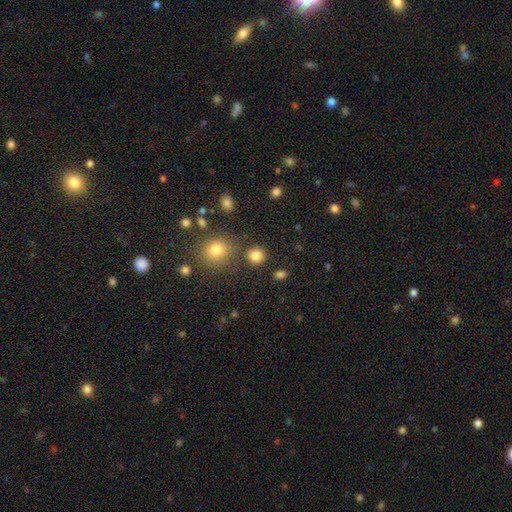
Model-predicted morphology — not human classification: Overall: smooth (84%). How rounded: round (89%). Merging: none (83%).